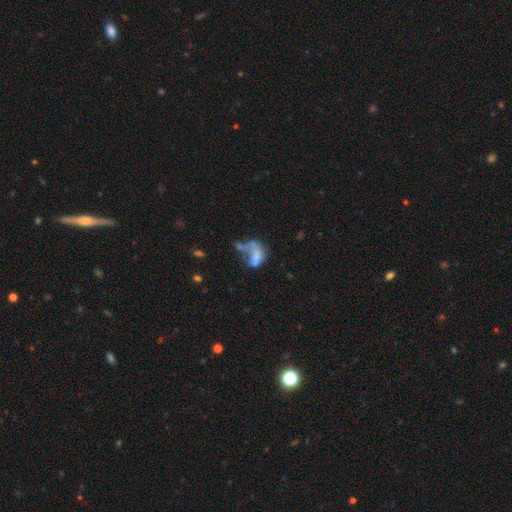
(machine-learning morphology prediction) Smooth or featured? smooth (45%)
Merging? major disturbance (38%)